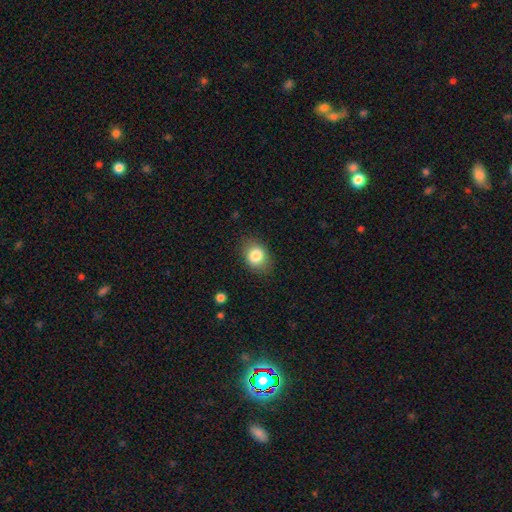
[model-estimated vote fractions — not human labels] This is clearly a smooth galaxy (82%). How rounded: likely in between (62%). Merging: clearly none (83%).